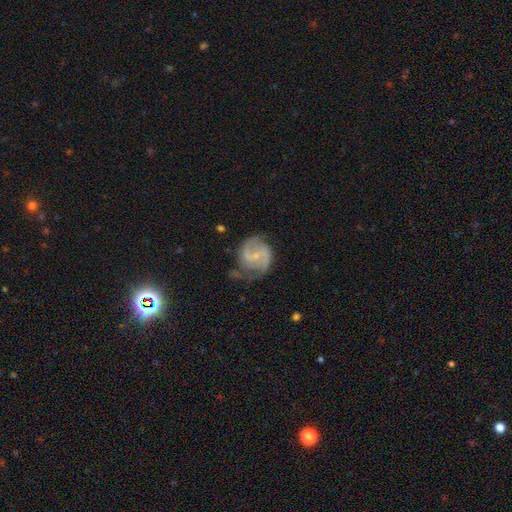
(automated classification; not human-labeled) featured or disk 84%, smooth 10%, star or artifact 6%. Down the decision tree: edge-on disk — no (98%); bar — weak (51%); spiral arms — yes (96%); spiral arm count — 2 (86%); spiral winding — medium (55%); bulge size — small (69%); merging — none (65%).